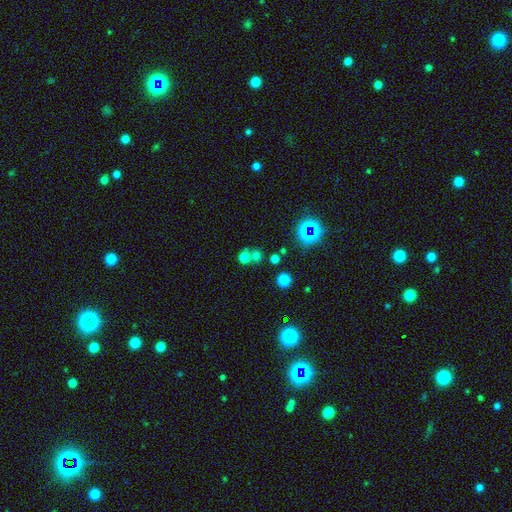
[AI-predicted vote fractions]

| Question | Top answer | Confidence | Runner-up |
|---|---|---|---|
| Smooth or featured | smooth | 61% | star or artifact (29%) |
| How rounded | round | 86% | in between (13%) |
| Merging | none | 57% | merger (33%) |